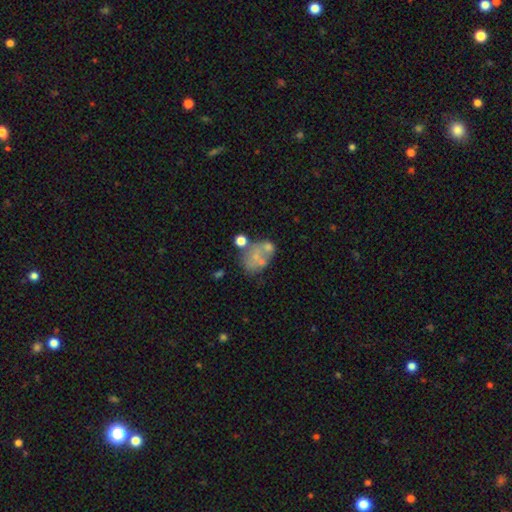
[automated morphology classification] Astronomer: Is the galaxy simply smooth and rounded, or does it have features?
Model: smooth — 44% (runner-up: featured or disk, 43%).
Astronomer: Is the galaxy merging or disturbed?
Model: none — 34%, tied with merger at 34%.